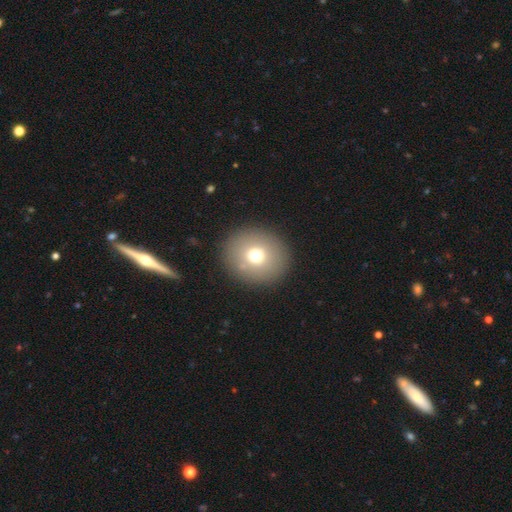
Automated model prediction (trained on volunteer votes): A smooth galaxy with no disk features (71%) that is round (80%). Merging: none (88%).